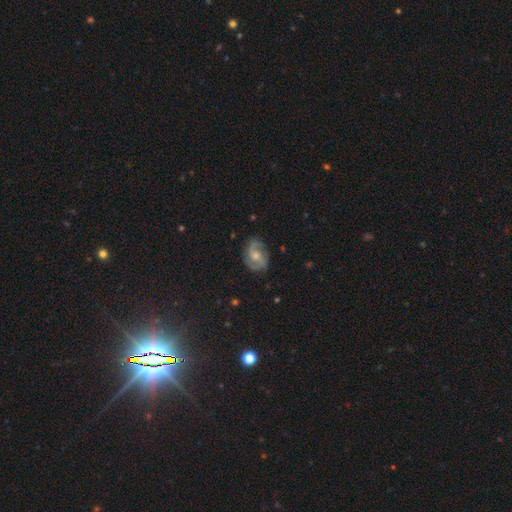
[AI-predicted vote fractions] smooth-or-featured: featured or disk: 78% | smooth: 16% | star or artifact: 6%
  disk-edge-on: no: 97% | yes: 3%
    bar: no: 53% | weak: 39% | strong: 8%
    has-spiral-arms: yes: 94% | no: 6%
      spiral-winding: medium: 51% | tight: 26% | loose: 23%
      spiral-arm-count: 2: 83% | can't tell: 7% | 3: 5% | 1: 3% | 4: 1% | more than 4: 1%
    bulge-size: moderate: 50% | small: 42% | none: 4% | large: 3% | dominant: 1%
  merging: none: 76% | minor disturbance: 17% | major disturbance: 6% | merger: 1%